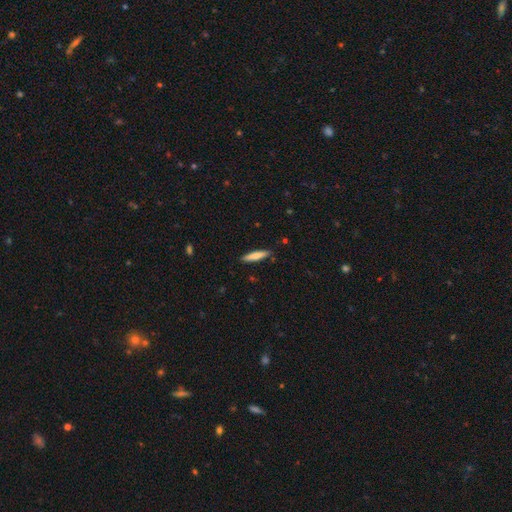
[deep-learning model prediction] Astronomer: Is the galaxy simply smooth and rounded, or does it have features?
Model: smooth — 72%.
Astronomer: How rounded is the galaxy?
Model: cigar-shaped — 86%.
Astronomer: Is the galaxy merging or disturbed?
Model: none — 88%.